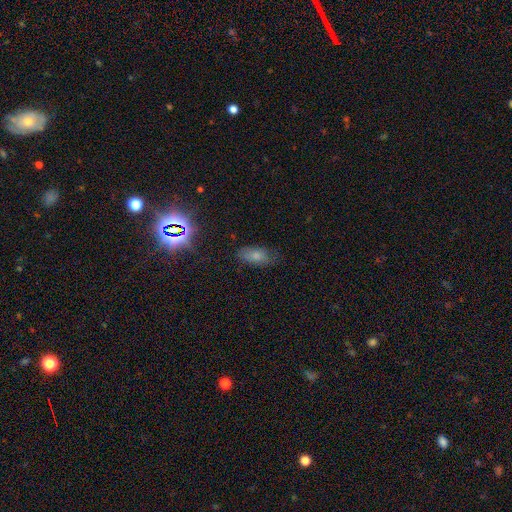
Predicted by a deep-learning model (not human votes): Smooth or featured? Predicted: smooth (p=0.76). How rounded? Predicted: in between (p=0.89). Merging? Predicted: none (p=0.72).